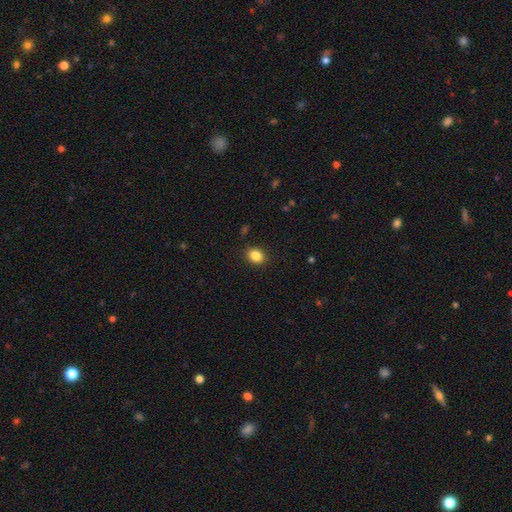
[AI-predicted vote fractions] smooth_or_featured: smooth (p=0.86) [alt: star or artifact p=0.09]
how_rounded: in between (p=0.54) [alt: round p=0.46]
merging: none (p=0.89) [alt: minor disturbance p=0.08]